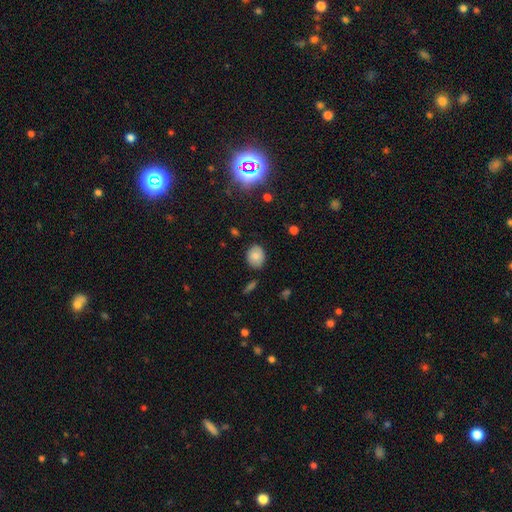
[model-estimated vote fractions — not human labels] Smooth or featured? Predicted: smooth (p=0.77). How rounded? Predicted: in between (p=0.53). Merging? Predicted: none (p=0.79).